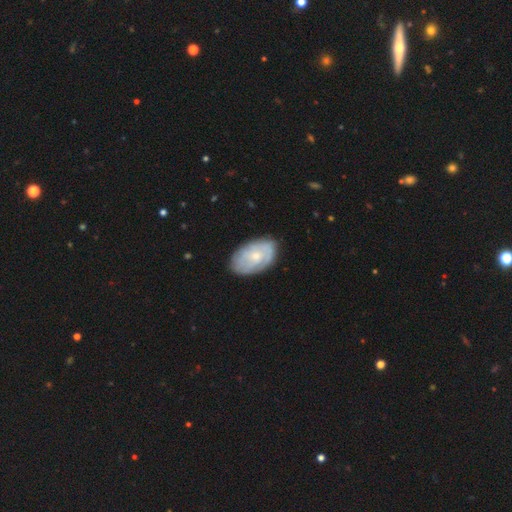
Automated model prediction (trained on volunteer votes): Smooth or featured?
  - featured or disk: 53% *
  - smooth: 41%
  - star or artifact: 5%
Edge-on disk?
  - no: 95% *
  - yes: 5%
Bar?
  - no: 80% *
  - weak: 17%
  - strong: 3%
Spiral arms?
  - yes: 65% *
  - no: 35%
Bulge size?
  - small: 57% *
  - moderate: 38%
  - none: 2%
  - large: 2%
  - dominant: 1%
Merging?
  - none: 79% *
  - minor disturbance: 16%
  - major disturbance: 4%
  - merger: 1%